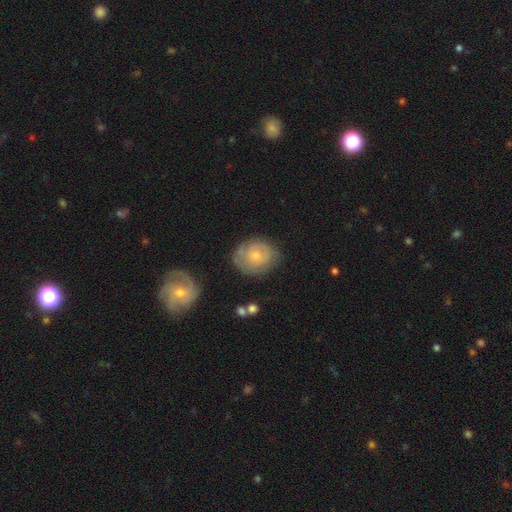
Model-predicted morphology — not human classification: The model was most divided on "smooth or featured": featured or disk: 48%, smooth: 45%, star or artifact: 7%. More confident: merging — none (68%).